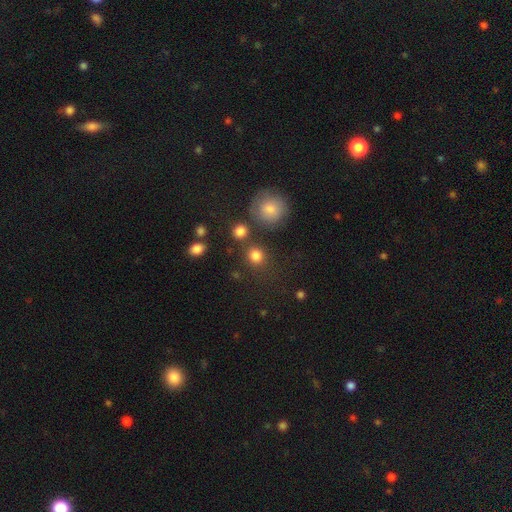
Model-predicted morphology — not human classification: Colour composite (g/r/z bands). It shows a smooth galaxy with no disk features (82%) that is round (86%). Merging: none (75%).